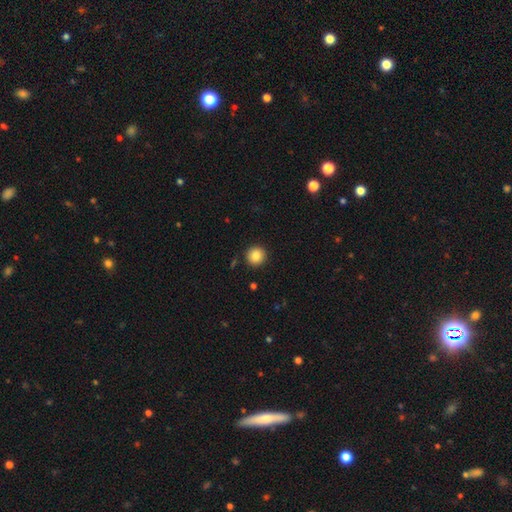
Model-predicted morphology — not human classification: Overall: smooth (86%). How rounded: round (93%). Merging: none (91%).